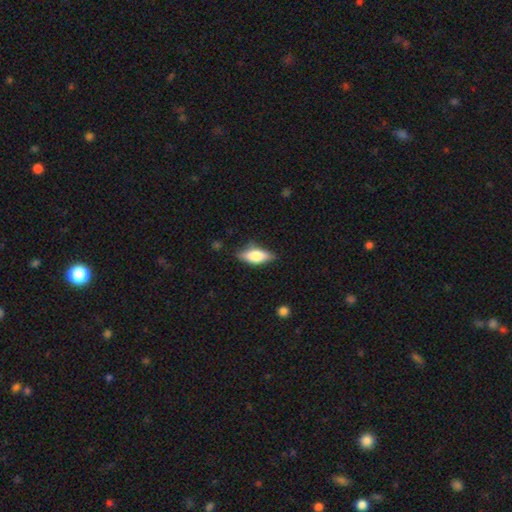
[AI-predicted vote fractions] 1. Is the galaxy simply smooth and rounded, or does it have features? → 68% smooth, 25% featured or disk, 7% star or artifact.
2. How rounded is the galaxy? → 76% in between, 21% cigar-shaped, 3% round.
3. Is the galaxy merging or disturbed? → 78% none, 17% minor disturbance, 3% major disturbance, 2% merger.